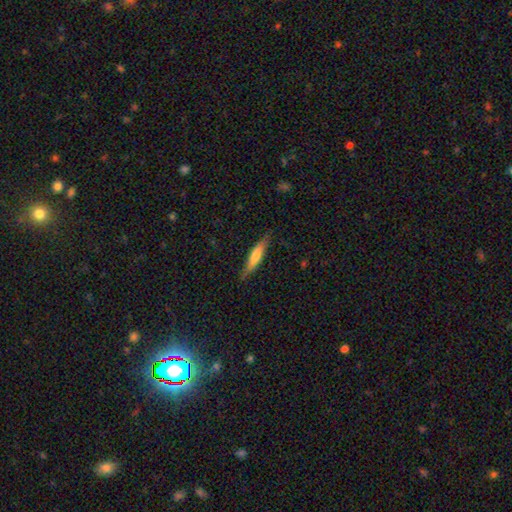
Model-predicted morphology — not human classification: A smooth galaxy with no disk features (58%) that is cigar-shaped (86%).

Vote fractions:
- Smooth or featured? smooth: 58% / featured or disk: 36% / star or artifact: 6%
- How rounded? cigar-shaped: 86% / in between: 13% / round: 2%
- Merging? none: 83% / minor disturbance: 13% / major disturbance: 2% / merger: 1%